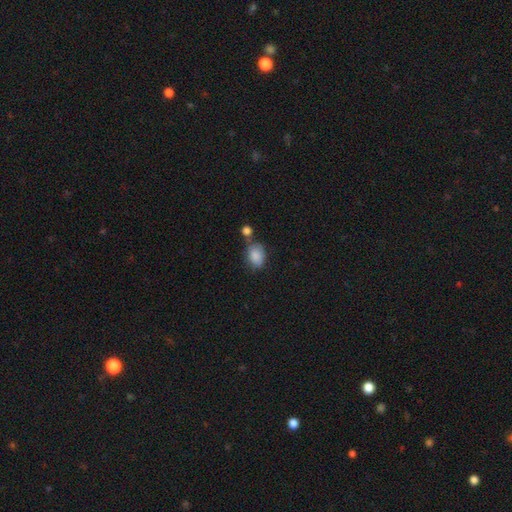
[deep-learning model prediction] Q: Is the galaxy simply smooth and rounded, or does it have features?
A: smooth — 85%.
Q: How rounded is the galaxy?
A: in between — 69%.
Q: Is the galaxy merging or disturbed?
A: none — 46%.